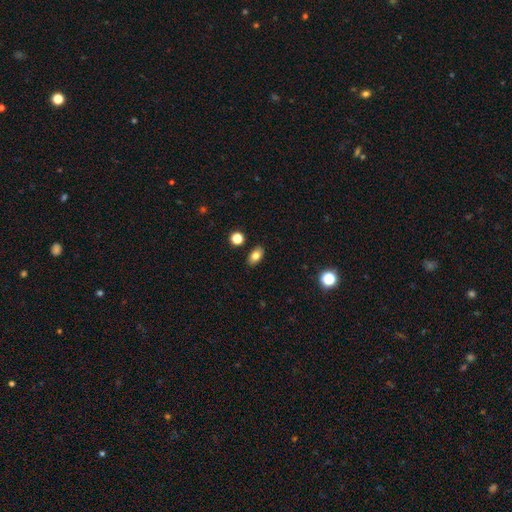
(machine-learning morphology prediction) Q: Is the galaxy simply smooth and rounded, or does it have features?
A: smooth — 80%.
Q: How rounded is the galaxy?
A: in between — 88%.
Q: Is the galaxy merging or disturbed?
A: none — 87%.